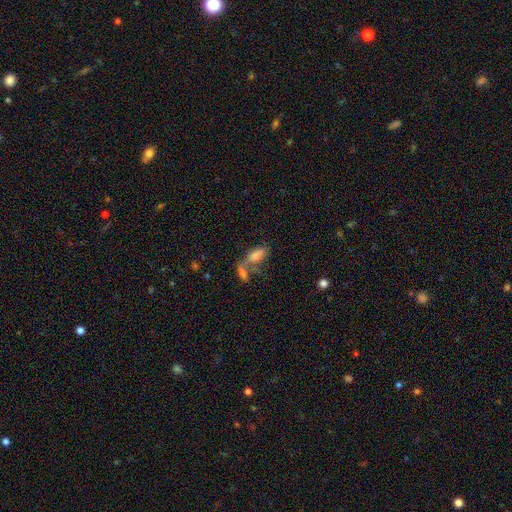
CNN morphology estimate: A smooth galaxy with no disk features (66%) that is in between round and cigar-shaped (76%). Merging: merger (49%).